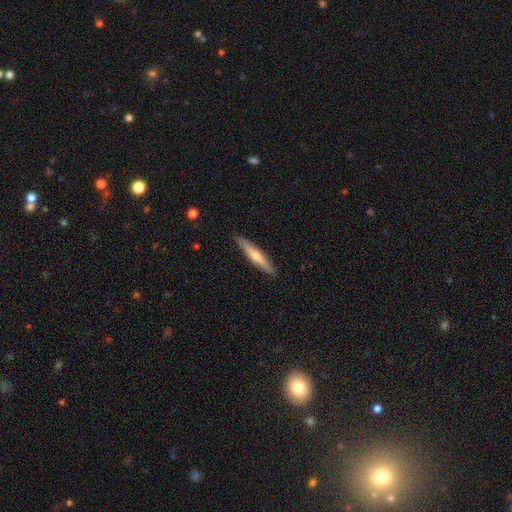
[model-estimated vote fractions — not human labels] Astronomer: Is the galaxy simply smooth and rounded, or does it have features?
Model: featured or disk — 51% (runner-up: smooth, 43%).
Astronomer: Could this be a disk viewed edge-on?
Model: yes — 95%.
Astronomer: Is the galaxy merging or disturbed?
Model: none — 91%.